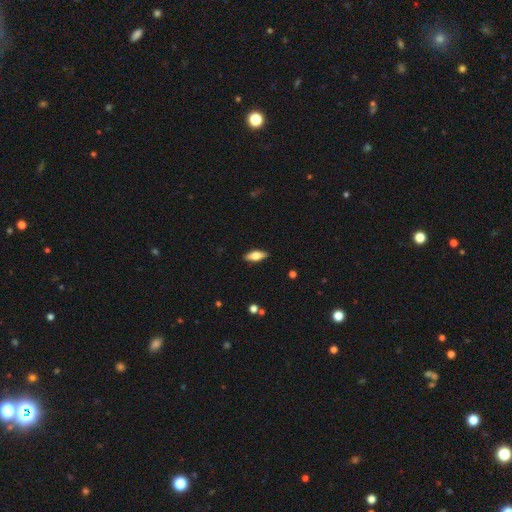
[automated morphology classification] smooth_or_featured: smooth (p=0.65) [alt: featured or disk p=0.29]
how_rounded: in between (p=0.75) [alt: cigar-shaped p=0.22]
merging: none (p=0.89) [alt: minor disturbance p=0.08]